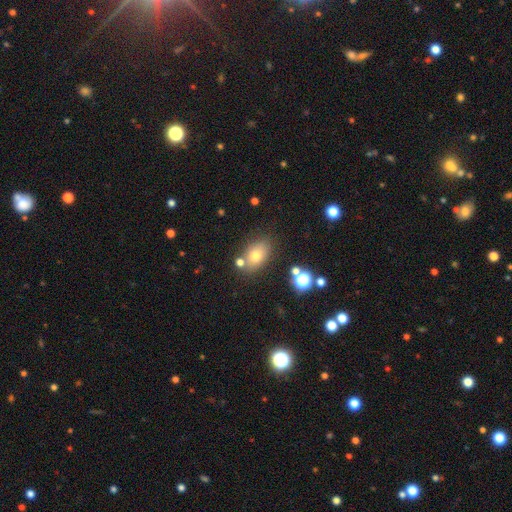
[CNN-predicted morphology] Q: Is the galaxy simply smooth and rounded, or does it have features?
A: smooth — 73%.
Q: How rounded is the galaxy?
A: in between — 78%.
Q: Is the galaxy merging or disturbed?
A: none — 71%.